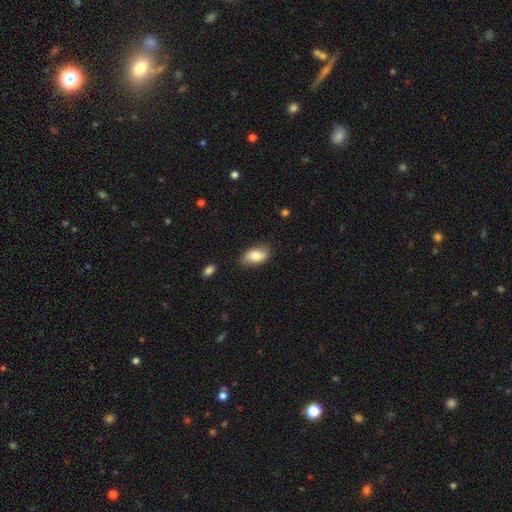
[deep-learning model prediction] This appears to be a smooth galaxy with no disk features (71%) that is in between round and cigar-shaped (91%). Merging: none (76%).